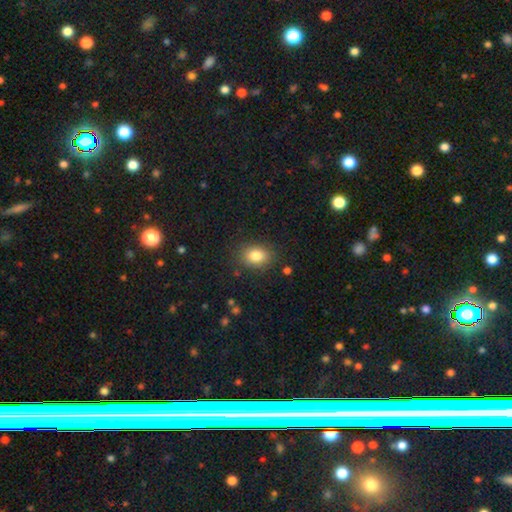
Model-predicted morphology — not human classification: smooth 82%, star or artifact 10%, featured or disk 8%. Down the decision tree: how rounded — in between (63%); merging — none (85%).